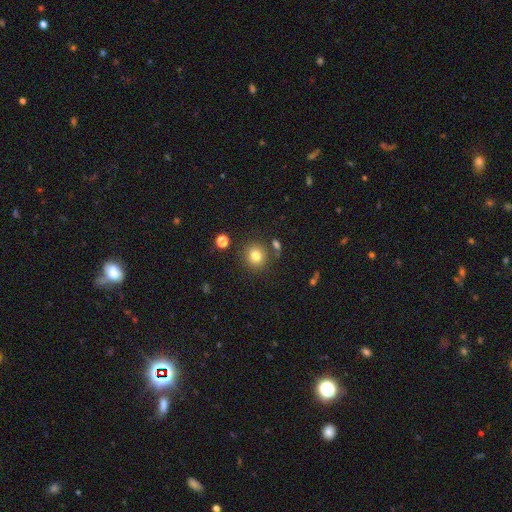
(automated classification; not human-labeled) Q: Smooth or featured?
A: smooth (81%); runner-up: star or artifact (12%)
Q: How rounded?
A: round (89%); runner-up: in between (10%)
Q: Merging?
A: none (82%); runner-up: minor disturbance (8%)